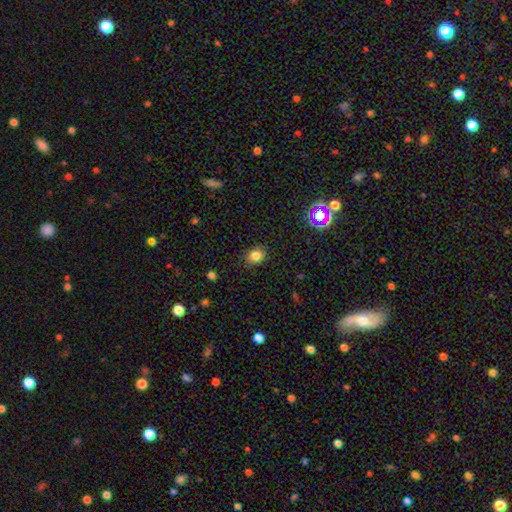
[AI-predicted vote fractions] smooth 82%, star or artifact 13%, featured or disk 5%. Down the decision tree: how rounded — round (66%); merging — none (85%).